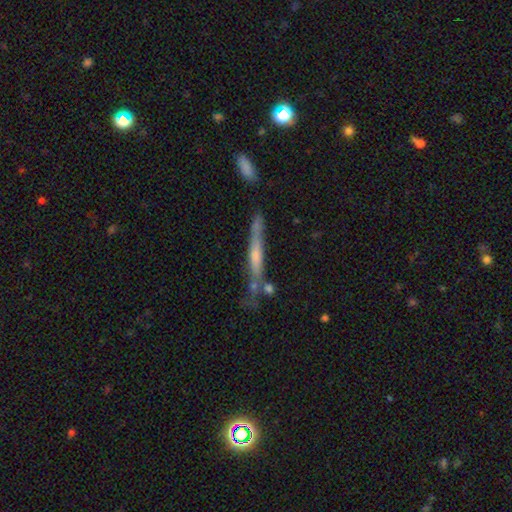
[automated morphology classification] Smooth or featured? featured or disk (53%)
Edge-on disk? yes (91%)
Merging? none (62%)